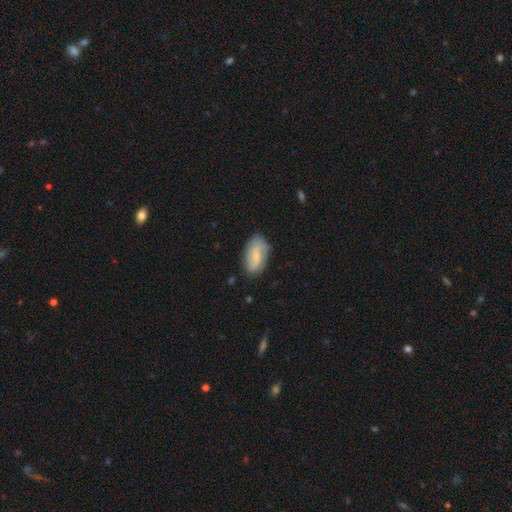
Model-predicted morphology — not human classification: This is possibly a smooth galaxy (58%). How rounded: clearly in between (93%). Merging: likely none (65%).